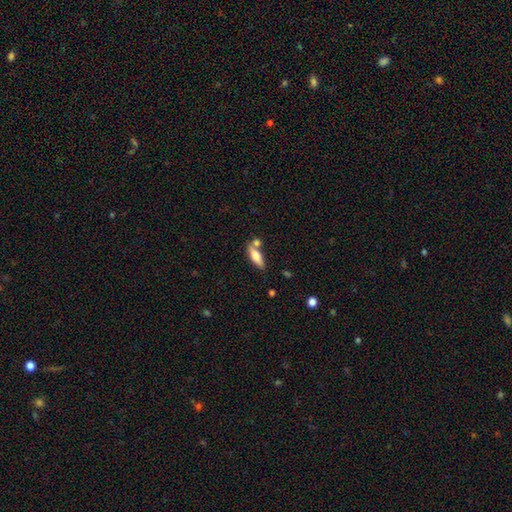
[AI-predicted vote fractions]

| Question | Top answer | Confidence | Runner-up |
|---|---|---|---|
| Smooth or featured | smooth | 68% | featured or disk (26%) |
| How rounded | in between | 56% | cigar-shaped (41%) |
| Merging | none | 59% | merger (22%) |